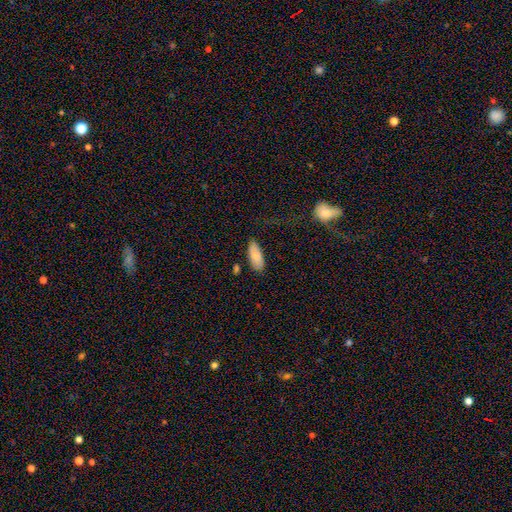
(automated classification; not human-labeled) Smooth or featured: smooth — 83% (featured or disk — 10%)
How rounded: in between — 86% (cigar-shaped — 13%)
Merging: none — 81% (minor disturbance — 14%)